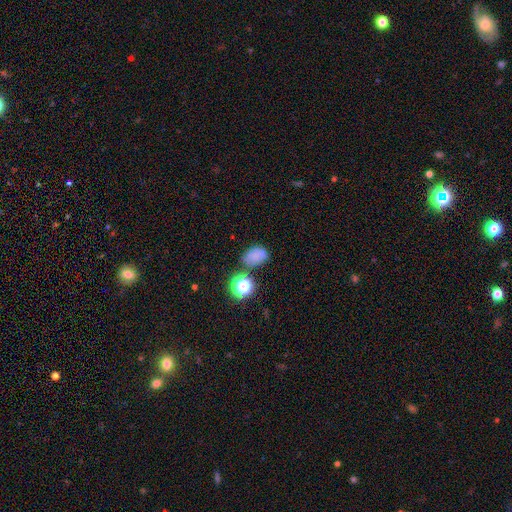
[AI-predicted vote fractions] smooth 67%, star or artifact 20%, featured or disk 12%. Down the decision tree: how rounded — in between (70%); merging — none (58%).